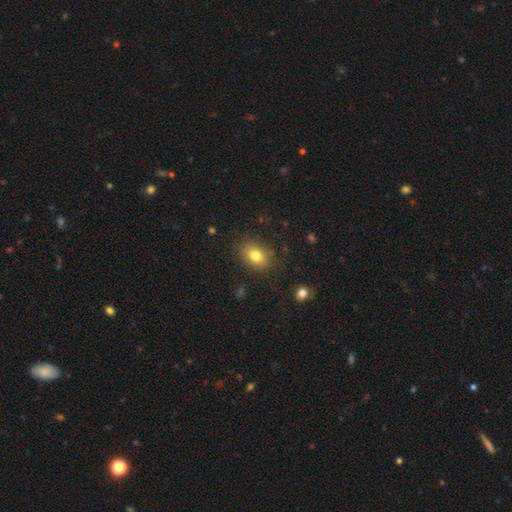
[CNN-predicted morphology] type=smooth (79%); roundness=in between (68%); merging=none (83%).